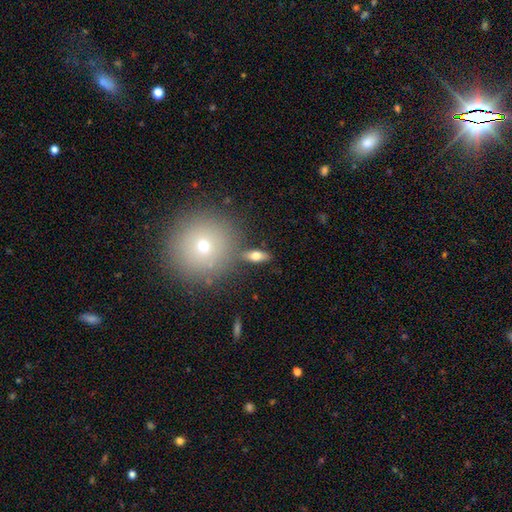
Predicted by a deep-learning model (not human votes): smooth 60%, featured or disk 30%, star or artifact 10%. Down the decision tree: how rounded — in between (70%); merging — none (77%).